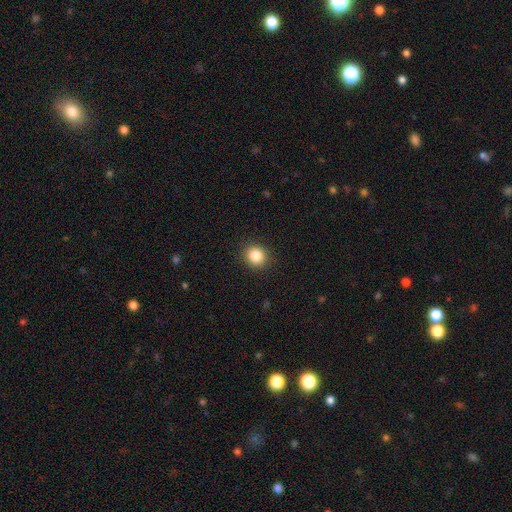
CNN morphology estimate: smooth_or_featured: smooth (p=0.85) [alt: star or artifact p=0.10]
how_rounded: round (p=0.84) [alt: in between p=0.15]
merging: none (p=0.91) [alt: minor disturbance p=0.06]